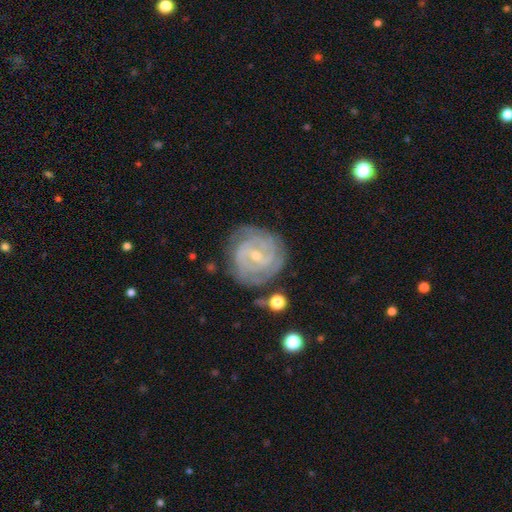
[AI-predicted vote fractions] smooth-or-featured: featured or disk: 88% | smooth: 6% | star or artifact: 6%
  disk-edge-on: no: 97% | yes: 3%
    bar: weak: 50% | no: 31% | strong: 19%
    has-spiral-arms: yes: 97% | no: 3%
      spiral-winding: tight: 75% | medium: 22% | loose: 3%
      spiral-arm-count: 2: 28% | 3: 26% | can't tell: 21% | 4: 15% | more than 4: 5% | 1: 5%
    bulge-size: small: 70% | moderate: 27% | none: 1% | large: 1% | dominant: 1%
  merging: none: 77% | minor disturbance: 16% | major disturbance: 5% | merger: 2%